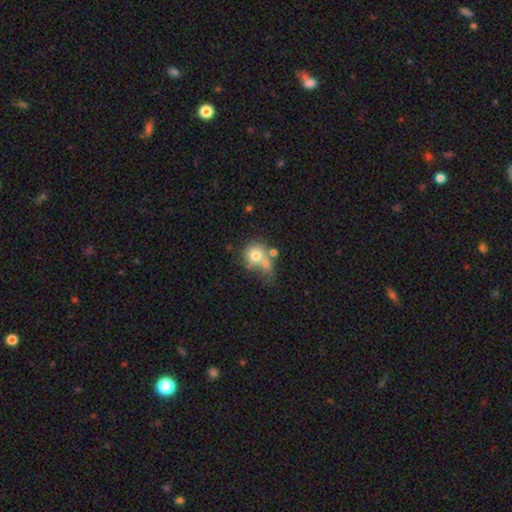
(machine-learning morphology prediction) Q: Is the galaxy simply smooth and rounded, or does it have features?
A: smooth — 72%.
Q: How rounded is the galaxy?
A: round — 80%.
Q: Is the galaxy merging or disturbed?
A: merger — 42%.